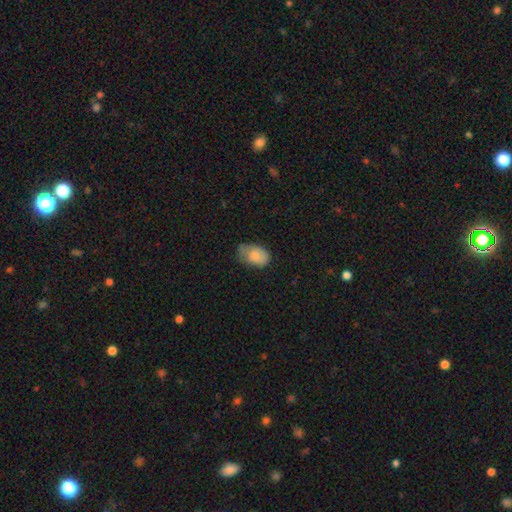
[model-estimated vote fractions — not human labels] Smooth or featured?
  - smooth: 79% *
  - featured or disk: 14%
  - star or artifact: 7%
How rounded?
  - in between: 85% *
  - round: 14%
  - cigar-shaped: 1%
Merging?
  - none: 43% *
  - minor disturbance: 42%
  - major disturbance: 12%
  - merger: 3%